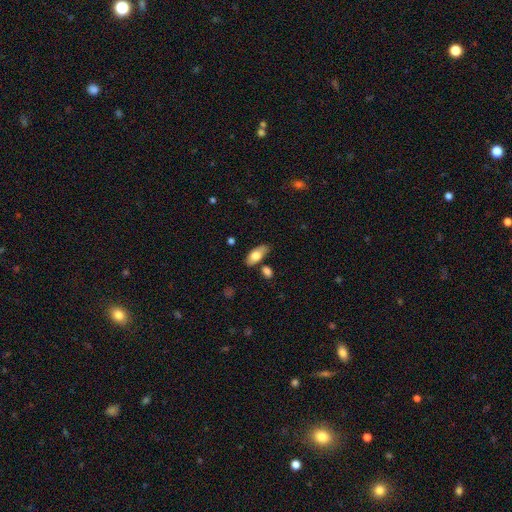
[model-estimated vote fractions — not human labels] This appears to be a smooth galaxy with no disk features (74%) that is in between round and cigar-shaped (88%). Merging: none (74%).